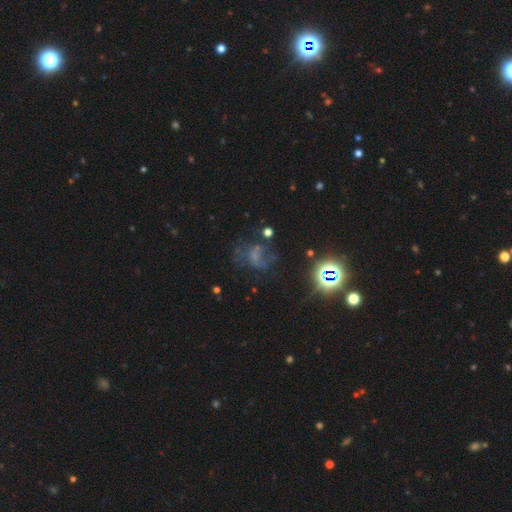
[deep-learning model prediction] This is marginally a featured or disk galaxy (41%). Merging: marginally major disturbance (37%, tied with none).